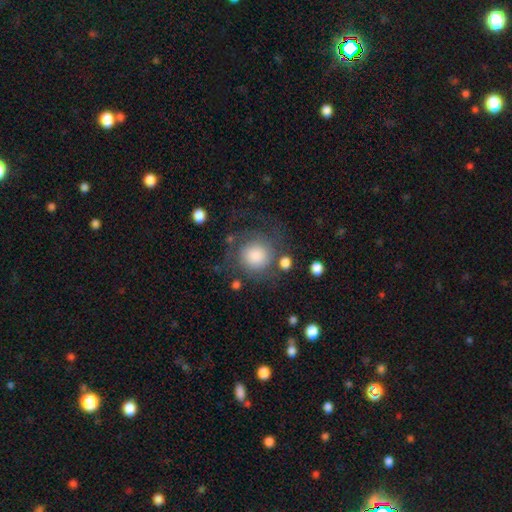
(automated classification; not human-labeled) smooth-or-featured: smooth: 72% | featured or disk: 20% | star or artifact: 8%
  how-rounded: round: 90% | in between: 9% | cigar-shaped: 1%
  merging: none: 59% | major disturbance: 18% | minor disturbance: 18% | merger: 5%